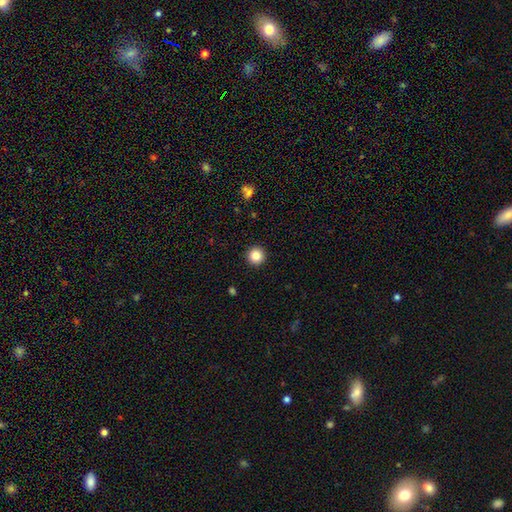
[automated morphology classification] smooth 86%, star or artifact 10%, featured or disk 4%. Down the decision tree: how rounded — round (96%); merging — none (93%).